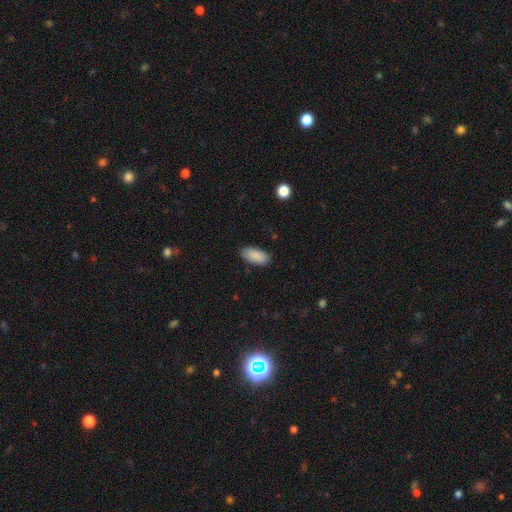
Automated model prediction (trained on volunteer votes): The model was most divided on "merging": none: 85%, minor disturbance: 12%, major disturbance: 2%, merger: 1%. More confident: how rounded — in between (91%); smooth or featured — smooth (89%).